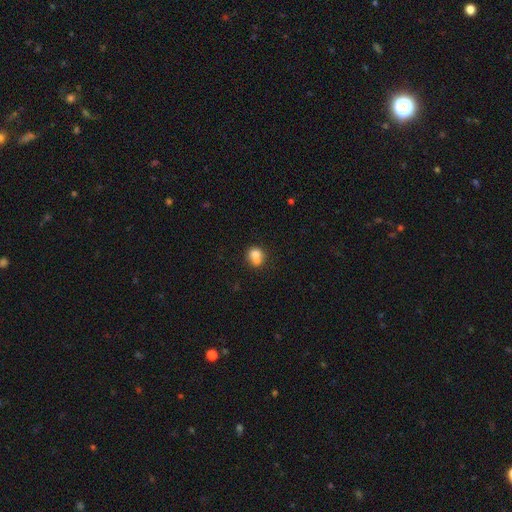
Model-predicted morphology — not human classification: Smooth or featured? Predicted: smooth (p=0.73). How rounded? Predicted: round (p=0.71). Merging? Predicted: merger (p=0.46).